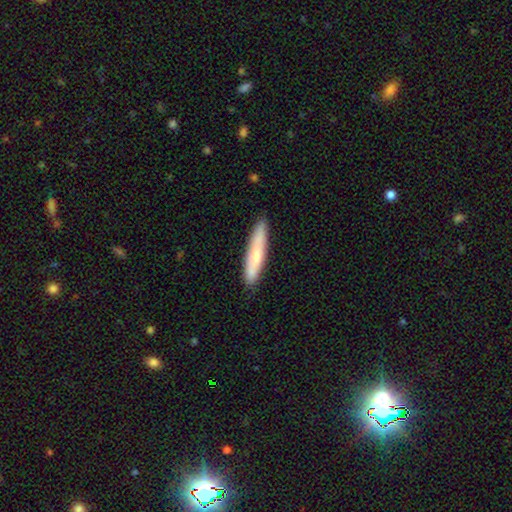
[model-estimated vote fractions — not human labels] Smooth or featured?
  - smooth: 66% *
  - featured or disk: 29%
  - star or artifact: 6%
How rounded?
  - cigar-shaped: 89% *
  - in between: 10%
  - round: 1%
Merging?
  - none: 85% *
  - minor disturbance: 11%
  - major disturbance: 2%
  - merger: 1%